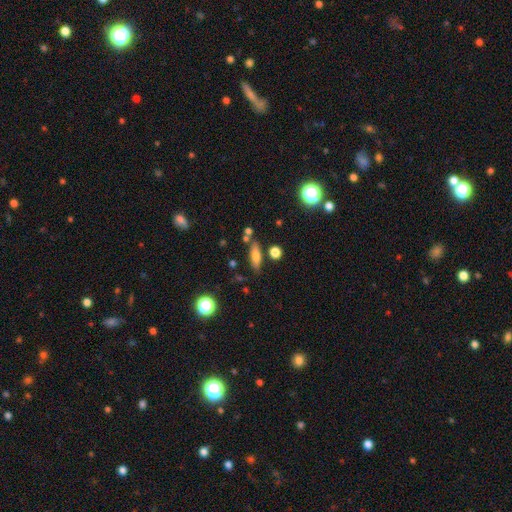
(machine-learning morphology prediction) Smooth or featured? Predicted: smooth (p=0.68). How rounded? Predicted: in between (p=0.52). Merging? Predicted: none (p=0.76).